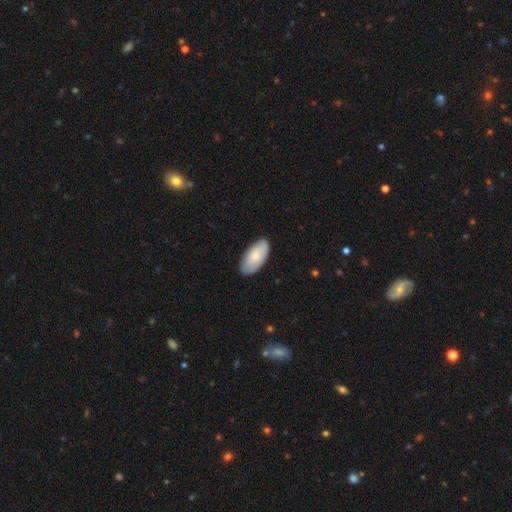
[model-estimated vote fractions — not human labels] Overall: smooth (78%). How rounded: in between (95%). Merging: none (83%).